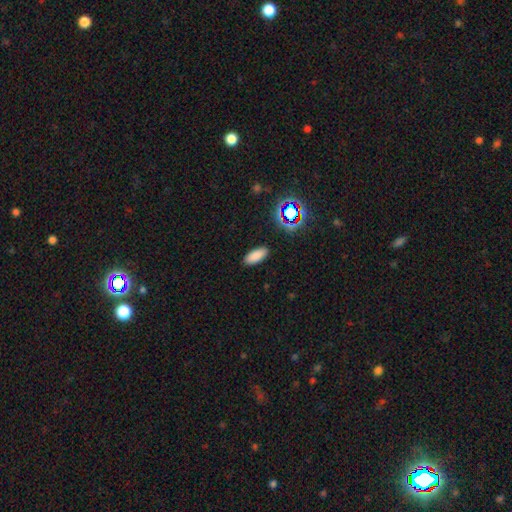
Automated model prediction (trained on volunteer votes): smooth_or_featured: smooth (p=0.82) [alt: star or artifact p=0.13]
how_rounded: in between (p=0.83) [alt: cigar-shaped p=0.15]
merging: none (p=0.89) [alt: minor disturbance p=0.08]